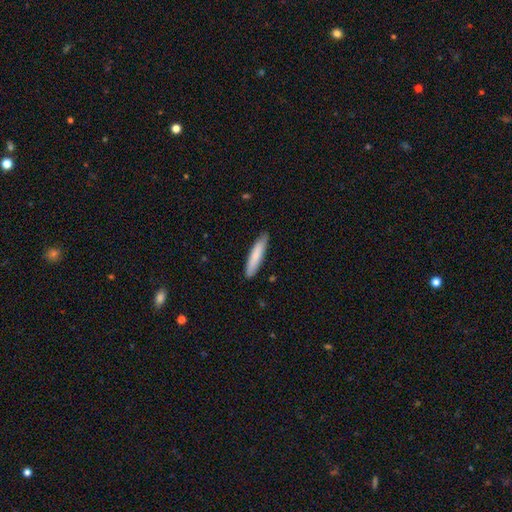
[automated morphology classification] Smooth or featured: smooth — 80% (featured or disk — 15%)
How rounded: cigar-shaped — 88% (in between — 11%)
Merging: none — 88% (minor disturbance — 10%)